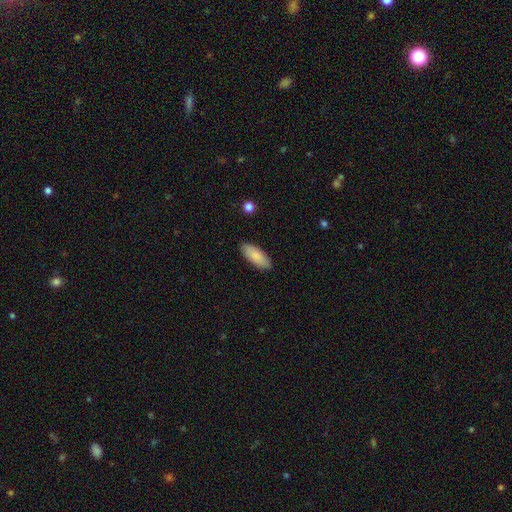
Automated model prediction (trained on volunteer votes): Q: Smooth or featured?
A: smooth (87%); runner-up: featured or disk (8%)
Q: How rounded?
A: in between (80%); runner-up: cigar-shaped (18%)
Q: Merging?
A: none (89%); runner-up: minor disturbance (9%)